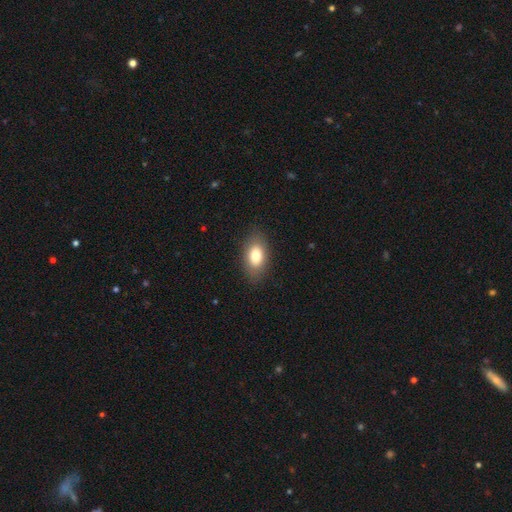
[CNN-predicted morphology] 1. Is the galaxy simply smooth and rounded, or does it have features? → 79% smooth, 13% featured or disk, 7% star or artifact.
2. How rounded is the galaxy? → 90% in between, 7% round, 3% cigar-shaped.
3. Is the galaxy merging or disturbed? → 84% none, 12% minor disturbance, 4% major disturbance, 1% merger.